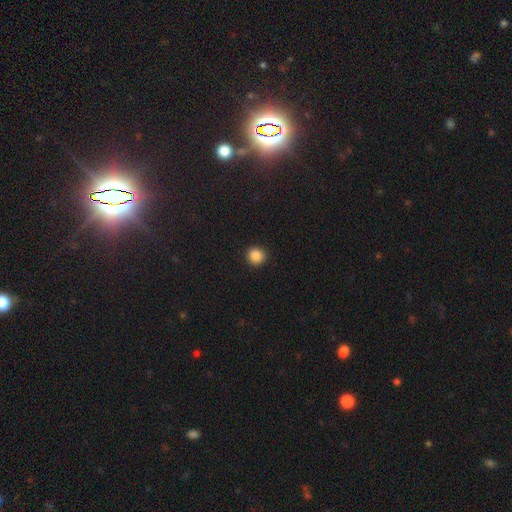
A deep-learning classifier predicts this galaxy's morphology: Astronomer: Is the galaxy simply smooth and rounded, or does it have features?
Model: smooth — 87%.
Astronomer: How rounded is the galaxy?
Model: round — 93%.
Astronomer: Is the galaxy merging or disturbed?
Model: none — 93%.